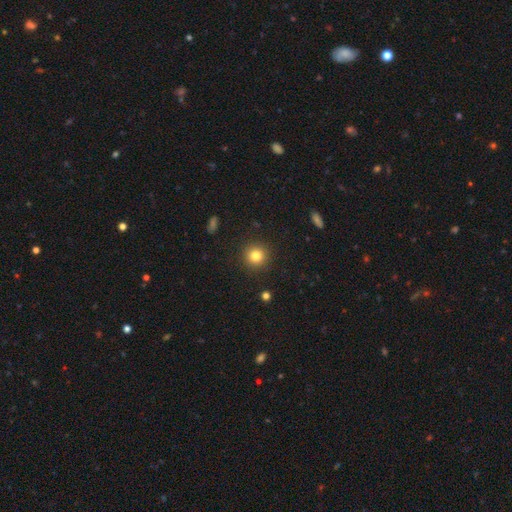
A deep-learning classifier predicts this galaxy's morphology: Overall: smooth (82%). How rounded: round (94%). Merging: none (91%).